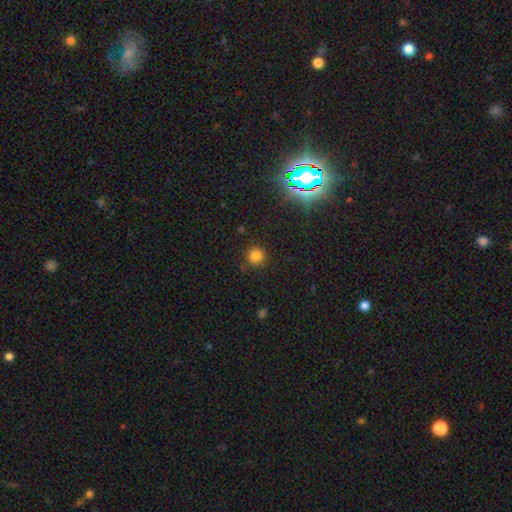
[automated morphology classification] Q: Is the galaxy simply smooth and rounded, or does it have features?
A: smooth — 78%.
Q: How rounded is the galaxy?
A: round — 93%.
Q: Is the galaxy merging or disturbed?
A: none — 86%.